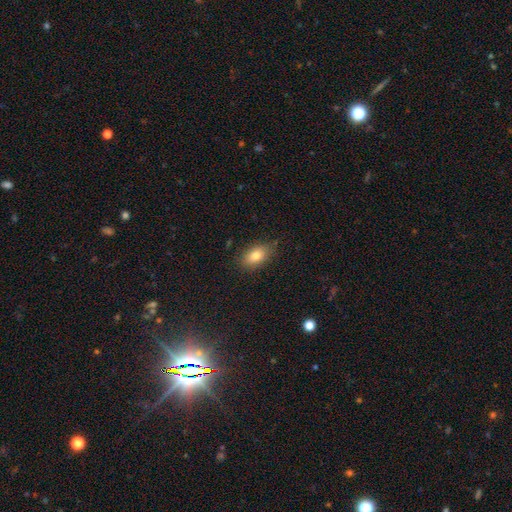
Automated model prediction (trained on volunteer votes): smooth_or_featured: smooth (p=0.81) [alt: featured or disk p=0.10]
how_rounded: in between (p=0.87) [alt: round p=0.10]
merging: none (p=0.83) [alt: minor disturbance p=0.13]